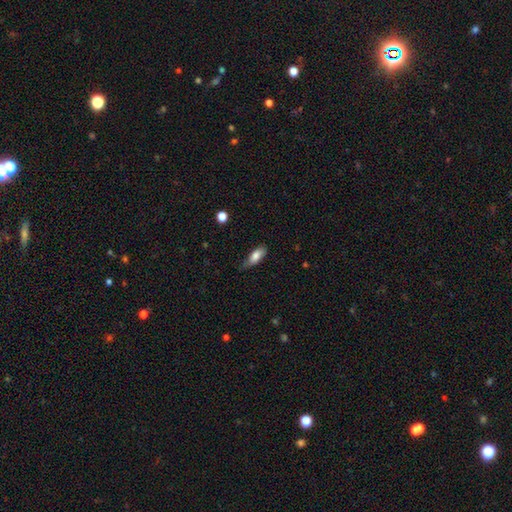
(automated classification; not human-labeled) Overall: smooth (79%). How rounded: in between (75%). Merging: none (56%; minor disturbance 35%).